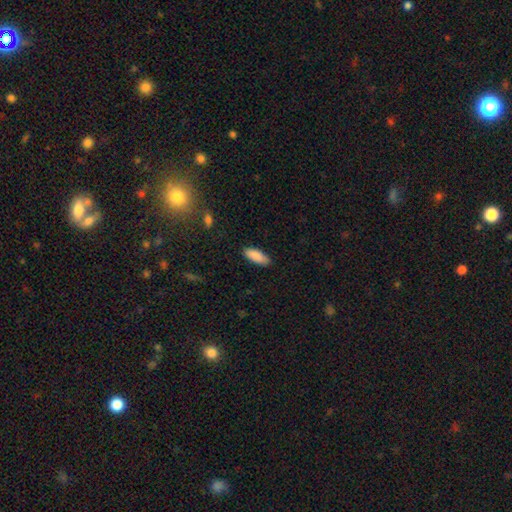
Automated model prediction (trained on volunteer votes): The model was most divided on "how rounded": in between: 75%, cigar-shaped: 23%, round: 2%. More confident: smooth or featured — smooth (89%); merging — none (87%).